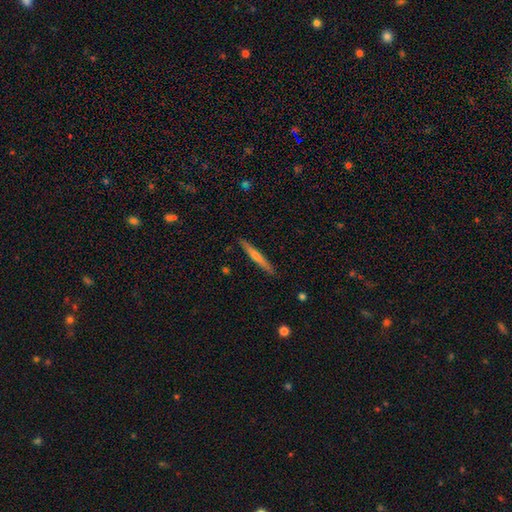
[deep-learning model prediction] Morphology: type=featured or disk (49%); merging=none (90%).